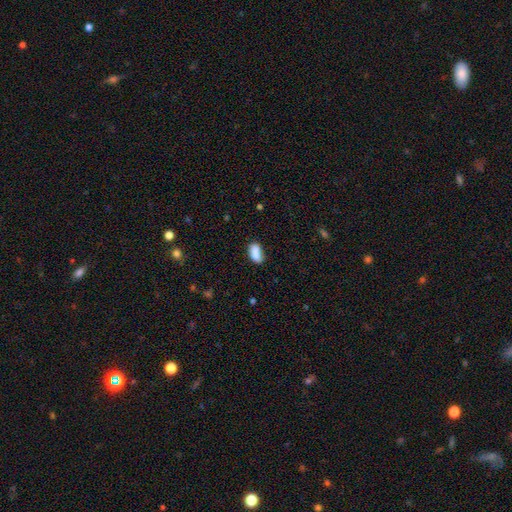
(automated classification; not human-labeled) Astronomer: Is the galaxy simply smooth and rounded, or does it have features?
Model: smooth — 83%.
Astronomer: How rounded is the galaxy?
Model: in between — 89%.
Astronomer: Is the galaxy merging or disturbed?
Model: none — 65%.